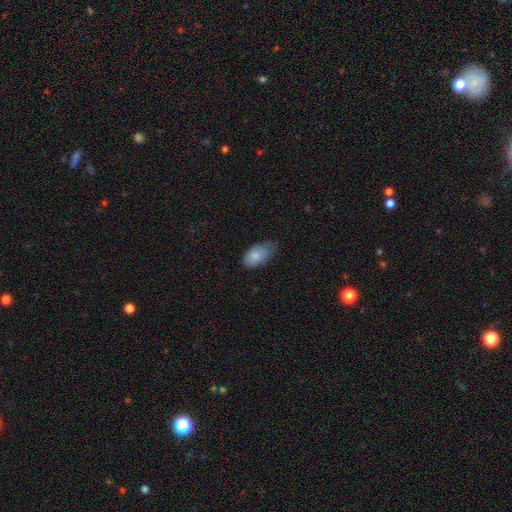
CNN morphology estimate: Q: Smooth or featured?
A: smooth (83%); runner-up: featured or disk (10%)
Q: How rounded?
A: in between (93%); runner-up: round (4%)
Q: Merging?
A: none (47%); runner-up: minor disturbance (42%)